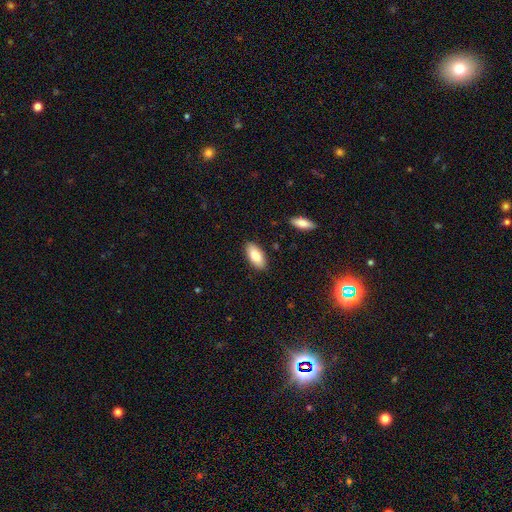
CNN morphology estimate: The model was most divided on "smooth or featured": smooth: 80%, featured or disk: 13%, star or artifact: 6%. More confident: how rounded — in between (89%); merging — none (87%).